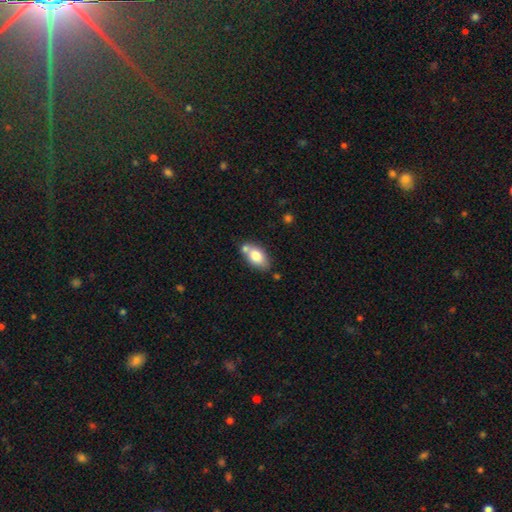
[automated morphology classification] Smooth or featured? Predicted: smooth (p=0.77). How rounded? Predicted: in between (p=0.89). Merging? Predicted: none (p=0.56).